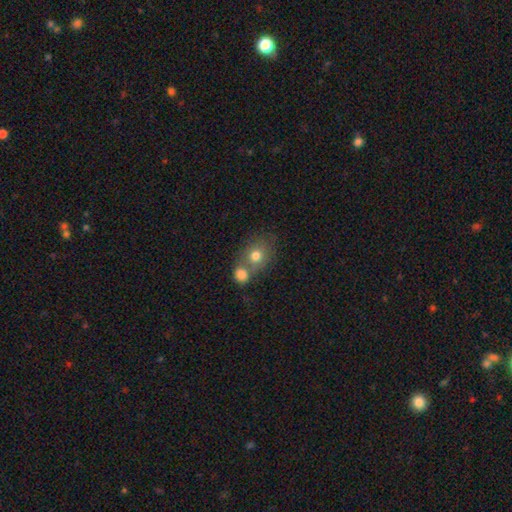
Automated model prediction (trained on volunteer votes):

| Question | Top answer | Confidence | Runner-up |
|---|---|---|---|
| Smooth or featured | smooth | 76% | featured or disk (13%) |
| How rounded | round | 70% | in between (29%) |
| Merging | none | 43% | tied: merger (43%) |